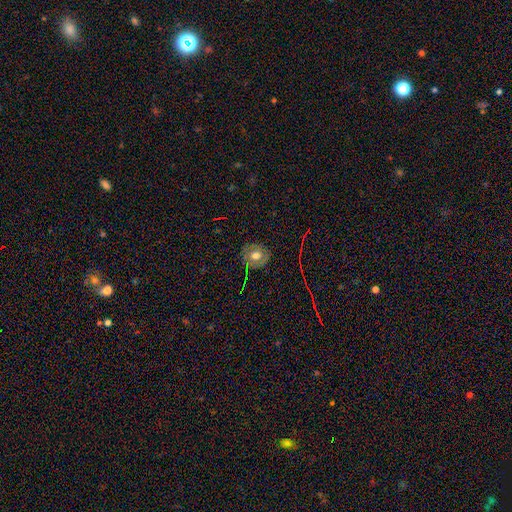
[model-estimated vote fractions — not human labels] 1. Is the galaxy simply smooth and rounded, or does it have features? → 57% smooth, 27% featured or disk, 16% star or artifact.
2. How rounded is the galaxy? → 83% round, 16% in between, 1% cigar-shaped.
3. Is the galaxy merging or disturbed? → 81% none, 13% minor disturbance, 4% major disturbance, 1% merger.